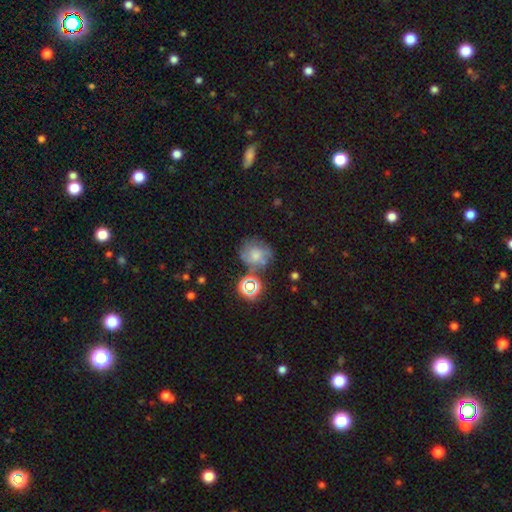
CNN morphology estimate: Smooth or featured?
  - smooth: 50% *
  - featured or disk: 31%
  - star or artifact: 19%
How rounded?
  - round: 73% *
  - in between: 25%
  - cigar-shaped: 1%
Merging?
  - none: 53% *
  - minor disturbance: 22%
  - merger: 13%
  - major disturbance: 12%